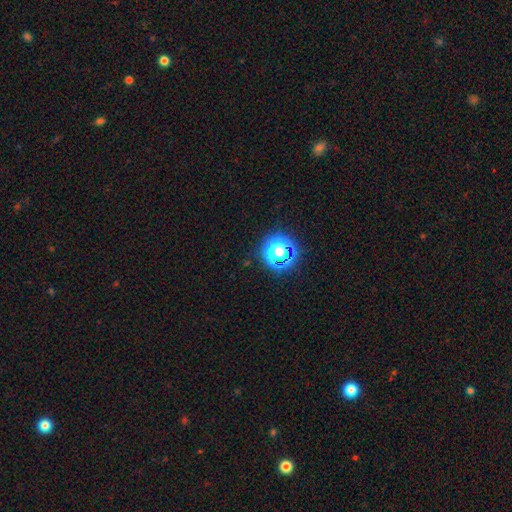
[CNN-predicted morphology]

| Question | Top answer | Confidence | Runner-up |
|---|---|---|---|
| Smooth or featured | star or artifact | 76% | smooth (18%) |